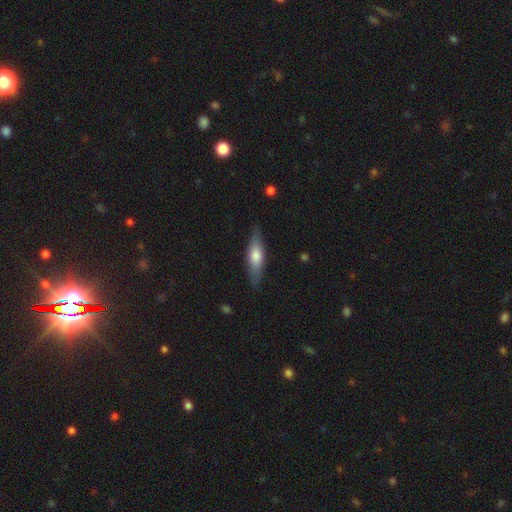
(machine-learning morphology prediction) smooth_or_featured: smooth (p=0.58) [alt: featured or disk p=0.36]
how_rounded: cigar-shaped (p=0.57) [alt: in between p=0.40]
merging: none (p=0.84) [alt: minor disturbance p=0.13]